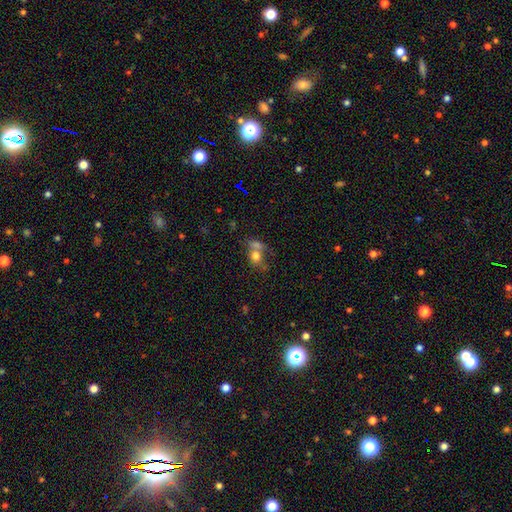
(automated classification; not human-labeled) This appears to be a smooth galaxy with no disk features (74%) that is round (61%). Merging: merger (50%).